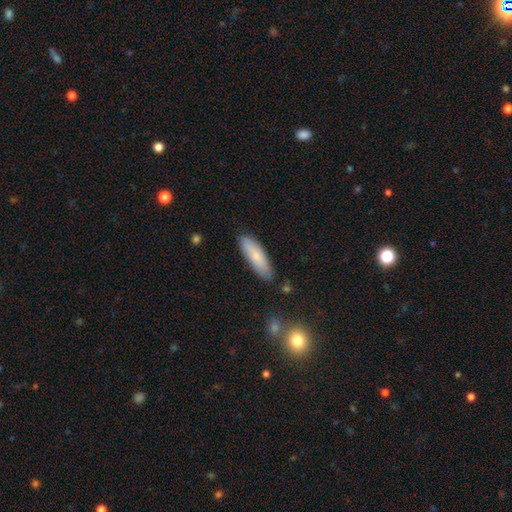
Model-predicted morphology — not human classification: smooth-or-featured: smooth: 79% | featured or disk: 15% | star or artifact: 6%
  how-rounded: cigar-shaped: 51% | in between: 47% | round: 2%
  merging: none: 83% | minor disturbance: 13% | major disturbance: 2% | merger: 2%